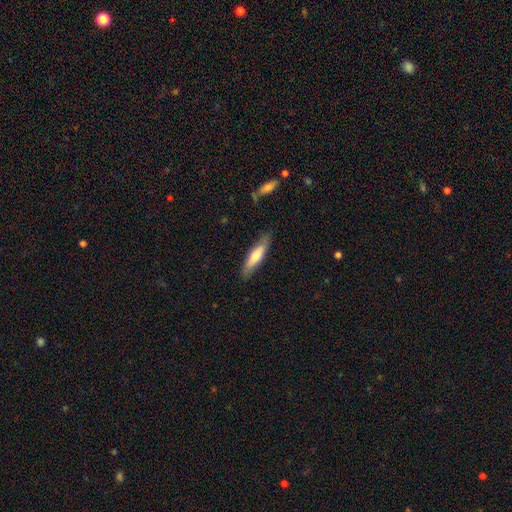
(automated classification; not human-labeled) smooth_or_featured: smooth (p=0.64) [alt: featured or disk p=0.31]
how_rounded: cigar-shaped (p=0.76) [alt: in between p=0.23]
merging: none (p=0.82) [alt: minor disturbance p=0.14]